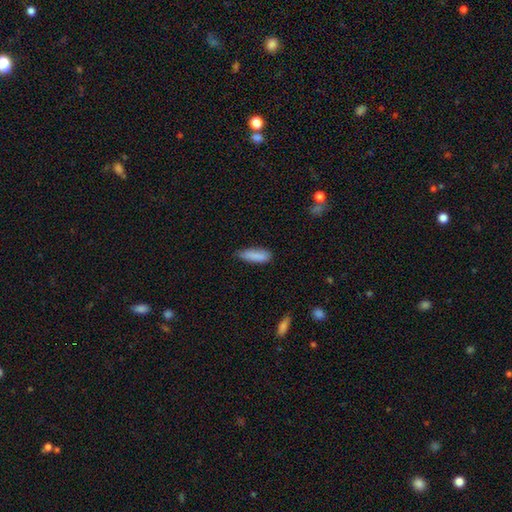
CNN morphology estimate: Overall: smooth (87%). How rounded: in between (53%; cigar-shaped 46%). Merging: none (66%; minor disturbance 28%).